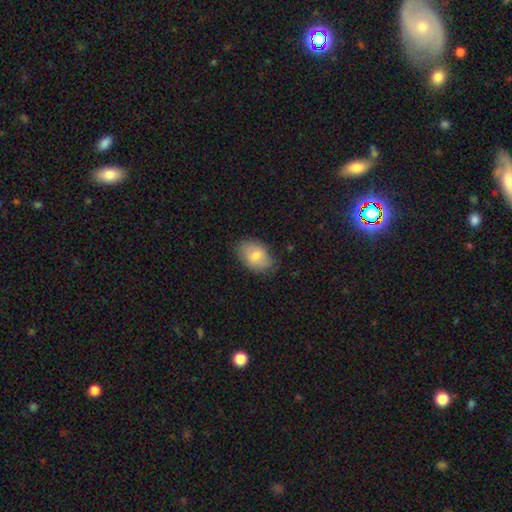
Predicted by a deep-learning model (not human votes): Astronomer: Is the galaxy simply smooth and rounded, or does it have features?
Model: smooth — 75%.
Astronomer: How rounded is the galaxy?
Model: in between — 86%.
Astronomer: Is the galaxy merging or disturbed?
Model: none — 79%.